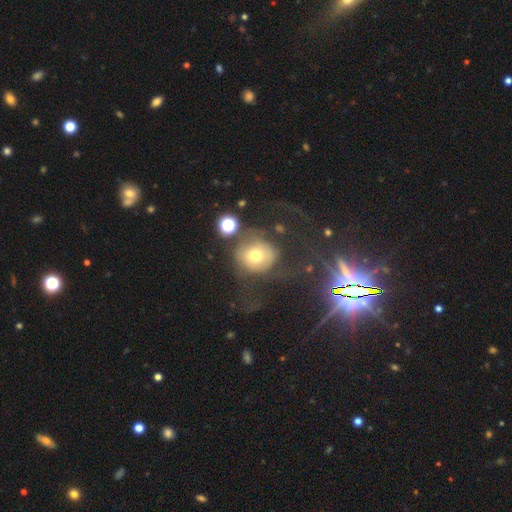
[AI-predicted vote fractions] Q: Smooth or featured?
A: smooth (56%); runner-up: featured or disk (29%)
Q: How rounded?
A: round (79%); runner-up: in between (20%)
Q: Merging?
A: none (41%); runner-up: major disturbance (34%)